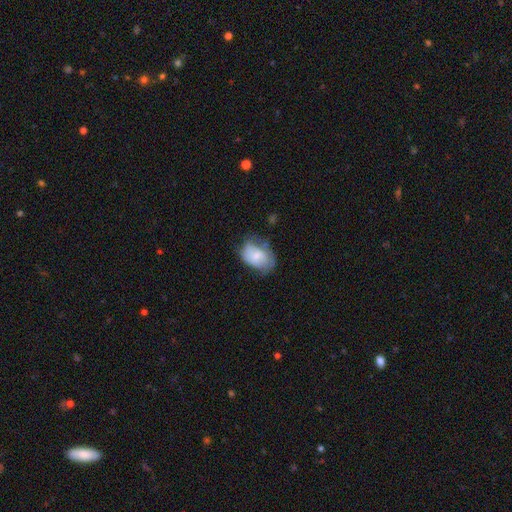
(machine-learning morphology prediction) Overall: smooth (65%; featured or disk 28%). How rounded: in between (84%). Merging: none (44%; minor disturbance 36%).